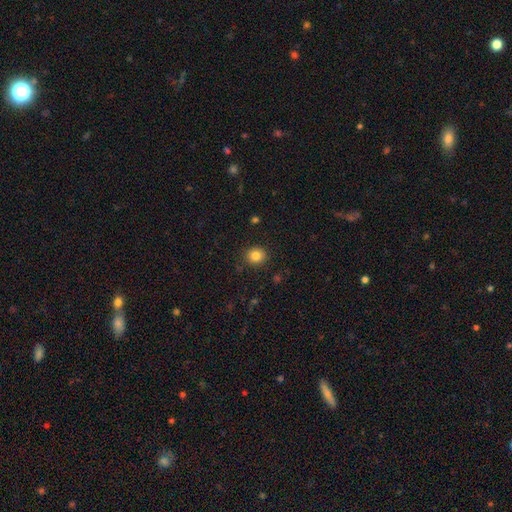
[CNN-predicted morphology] Overall: smooth (83%). How rounded: round (83%). Merging: none (89%).